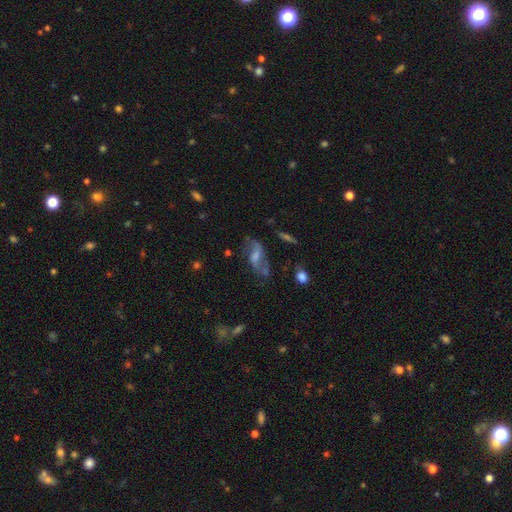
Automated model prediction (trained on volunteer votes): Smooth or featured: featured or disk — 70% (smooth — 19%)
Edge-on disk: no — 91% (yes — 9%)
Bar: weak — 45% (no — 33%)
Spiral arms: yes — 82% (no — 18%)
Spiral winding: loose — 60% (medium — 31%)
Spiral arm count: 2 — 83% (can't tell — 9%)
Bulge size: moderate — 38% (small — 32%)
Merging: none — 58% (minor disturbance — 20%)